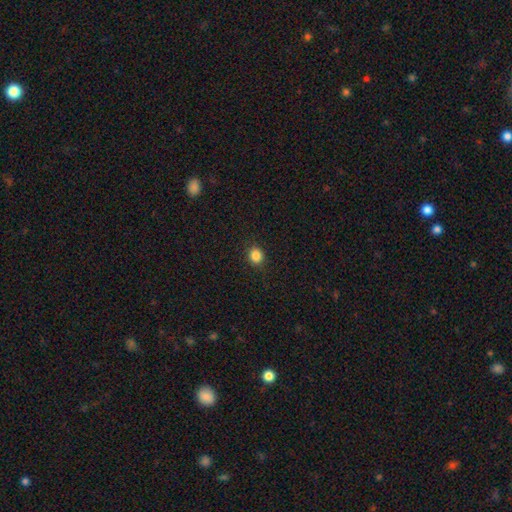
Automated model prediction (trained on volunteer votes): Q: Smooth or featured?
A: smooth (85%); runner-up: star or artifact (11%)
Q: How rounded?
A: round (78%); runner-up: in between (21%)
Q: Merging?
A: none (89%); runner-up: minor disturbance (7%)